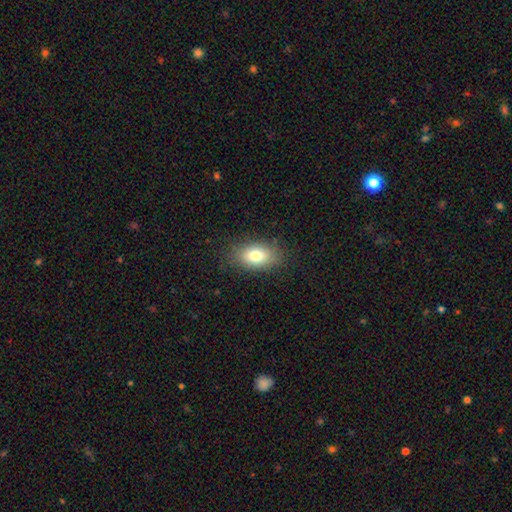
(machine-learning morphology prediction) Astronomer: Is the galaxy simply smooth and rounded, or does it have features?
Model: smooth — 78%.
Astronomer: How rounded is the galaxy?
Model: in between — 86%.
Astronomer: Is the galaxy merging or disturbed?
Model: none — 84%.